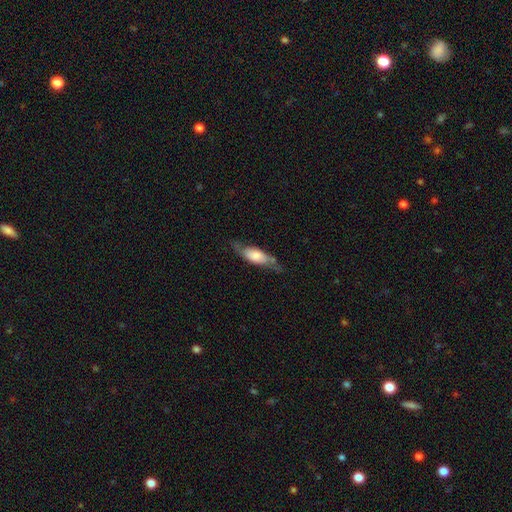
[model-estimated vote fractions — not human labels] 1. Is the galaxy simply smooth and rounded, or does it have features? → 50% smooth, 43% featured or disk, 7% star or artifact.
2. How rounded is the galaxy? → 60% in between, 37% cigar-shaped, 3% round.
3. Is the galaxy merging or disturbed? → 61% none, 26% minor disturbance, 11% major disturbance, 3% merger.